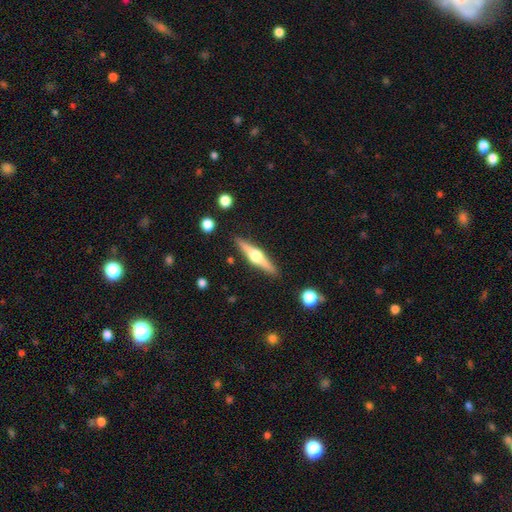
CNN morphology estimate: Smooth or featured?
  - featured or disk: 74% *
  - smooth: 21%
  - star or artifact: 5%
Edge-on disk?
  - yes: 98% *
  - no: 2%
Edge-on bulge?
  - rounded: 96% *
  - boxy: 3%
  - none: 1%
Merging?
  - none: 90% *
  - minor disturbance: 7%
  - merger: 2%
  - major disturbance: 2%